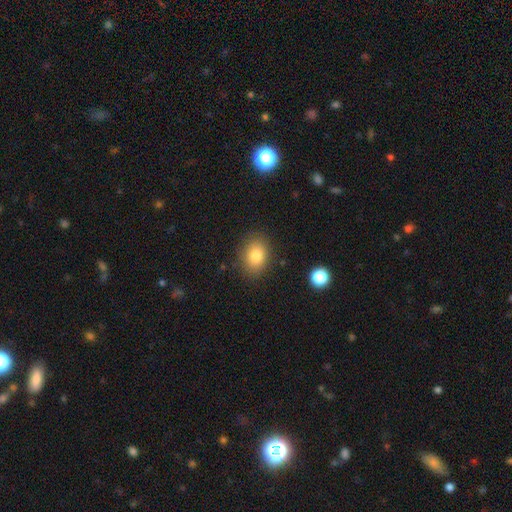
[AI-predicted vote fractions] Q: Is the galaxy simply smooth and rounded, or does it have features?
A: smooth — 80%.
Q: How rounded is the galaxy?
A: in between — 65%.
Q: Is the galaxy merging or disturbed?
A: none — 85%.